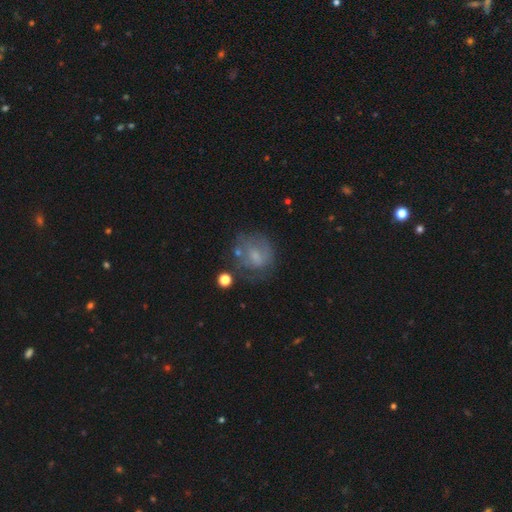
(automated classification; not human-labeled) smooth-or-featured: smooth: 49% | featured or disk: 39% | star or artifact: 12%
  merging: none: 49% | minor disturbance: 25% | major disturbance: 20% | merger: 6%